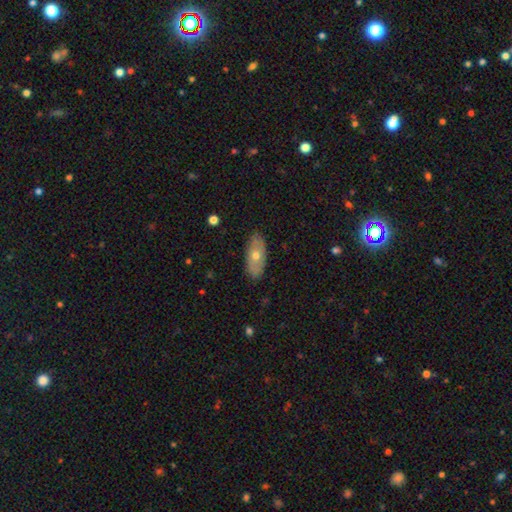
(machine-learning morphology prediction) Smooth or featured? smooth (54%)
How rounded? in between (85%)
Merging? none (86%)